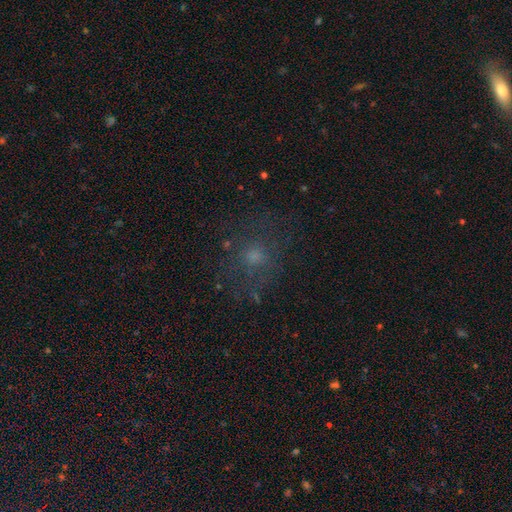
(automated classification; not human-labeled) Q: Smooth or featured?
A: smooth (48%); runner-up: star or artifact (28%)
Q: Merging?
A: none (71%); runner-up: minor disturbance (15%)